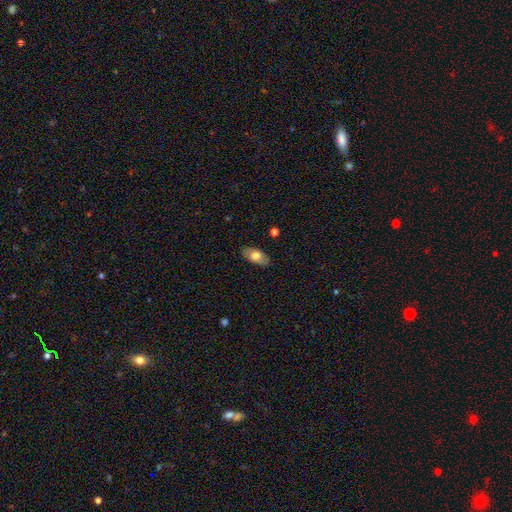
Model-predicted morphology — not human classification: Smooth or featured? smooth (73%)
How rounded? in between (89%)
Merging? none (85%)